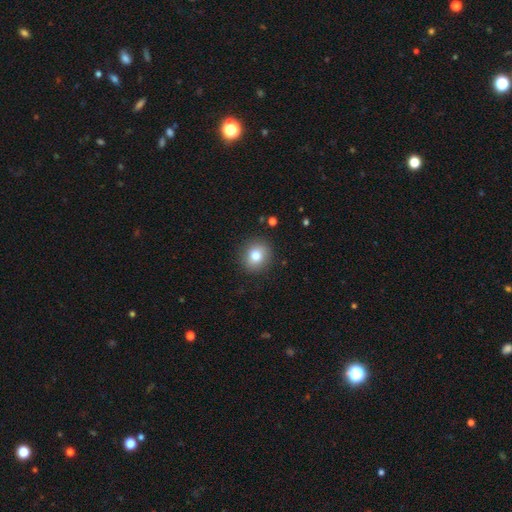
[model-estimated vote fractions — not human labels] Smooth or featured? Predicted: smooth (p=0.80). How rounded? Predicted: round (p=0.80). Merging? Predicted: none (p=0.89).